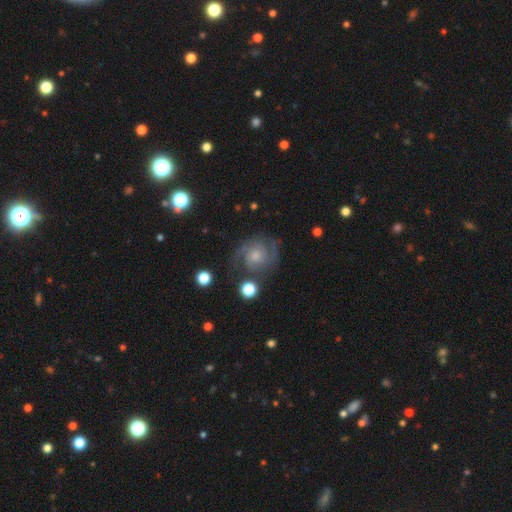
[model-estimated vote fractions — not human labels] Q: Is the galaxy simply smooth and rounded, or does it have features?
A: featured or disk — 78%.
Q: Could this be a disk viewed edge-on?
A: no — 98%.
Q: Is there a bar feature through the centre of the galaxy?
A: no — 73%.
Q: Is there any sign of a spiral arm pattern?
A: yes — 95%.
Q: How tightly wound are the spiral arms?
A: medium — 45%.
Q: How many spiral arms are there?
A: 2 — 58%.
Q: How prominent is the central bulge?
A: moderate — 41%.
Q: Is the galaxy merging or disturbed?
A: none — 67%.